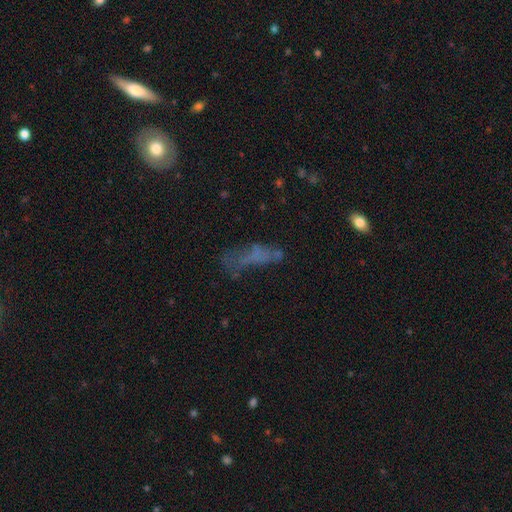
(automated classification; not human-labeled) smooth-or-featured: smooth: 45% | featured or disk: 34% | star or artifact: 20%
  merging: none: 37% | major disturbance: 32% | minor disturbance: 21% | merger: 10%